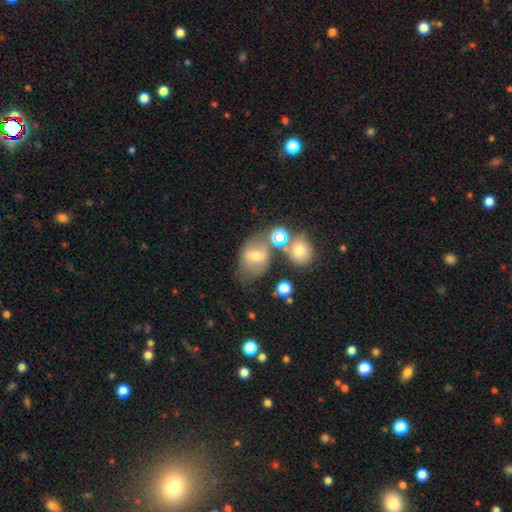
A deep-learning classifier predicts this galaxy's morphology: smooth-or-featured: smooth: 47% | featured or disk: 36% | star or artifact: 17%
  merging: none: 47% | minor disturbance: 22% | merger: 17% | major disturbance: 14%